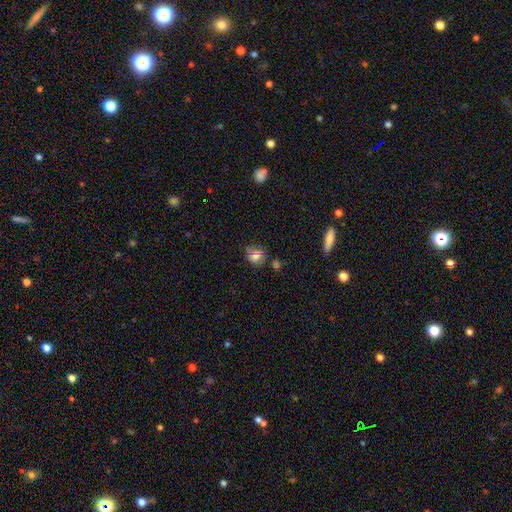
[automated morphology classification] This appears to be a smooth galaxy with no disk features (73%) that is round (66%). Merging: none (60%).